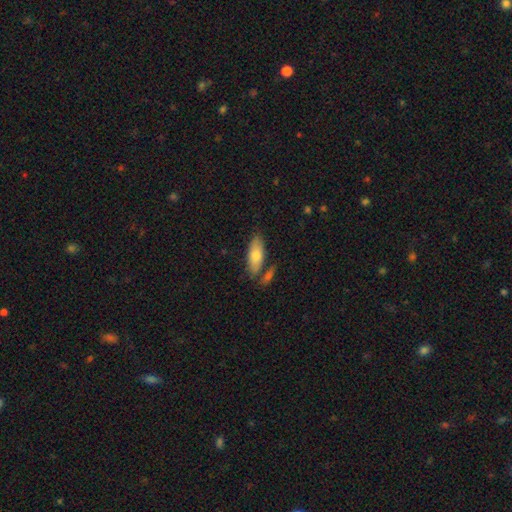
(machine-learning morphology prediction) A smooth galaxy with no disk features (71%) that is in between round and cigar-shaped (74%).

Vote fractions:
- Smooth or featured? smooth: 71% / featured or disk: 23% / star or artifact: 6%
- How rounded? in between: 74% / cigar-shaped: 23% / round: 3%
- Merging? none: 71% / minor disturbance: 14% / merger: 11% / major disturbance: 3%